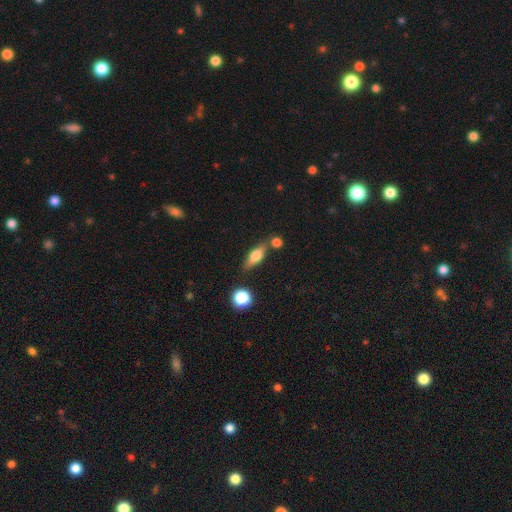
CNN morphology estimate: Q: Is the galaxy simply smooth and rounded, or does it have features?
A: smooth — 62%.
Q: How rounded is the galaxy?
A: in between — 57%.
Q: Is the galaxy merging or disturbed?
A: none — 69%.